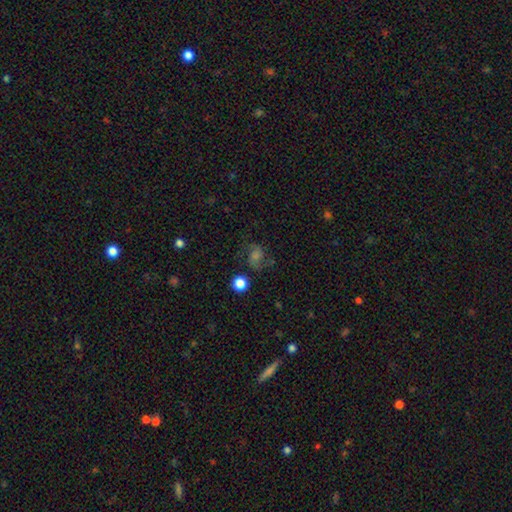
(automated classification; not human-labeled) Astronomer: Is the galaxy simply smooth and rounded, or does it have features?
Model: featured or disk — 54%.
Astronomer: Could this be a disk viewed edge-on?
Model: no — 97%.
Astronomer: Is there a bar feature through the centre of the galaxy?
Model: no — 57% (runner-up: weak, 35%).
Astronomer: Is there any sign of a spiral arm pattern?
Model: yes — 92%.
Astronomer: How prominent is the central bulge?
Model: moderate — 34% (runner-up: small, 33%).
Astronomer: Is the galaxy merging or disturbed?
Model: none — 71%.